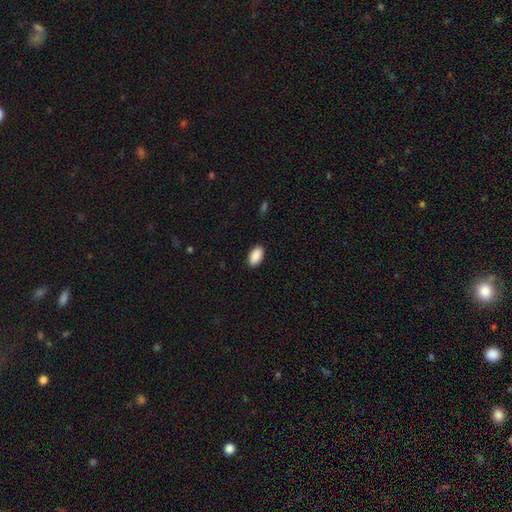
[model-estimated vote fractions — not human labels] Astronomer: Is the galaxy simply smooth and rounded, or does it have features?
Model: smooth — 91%.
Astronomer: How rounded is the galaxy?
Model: in between — 95%.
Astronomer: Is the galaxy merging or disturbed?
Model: none — 90%.